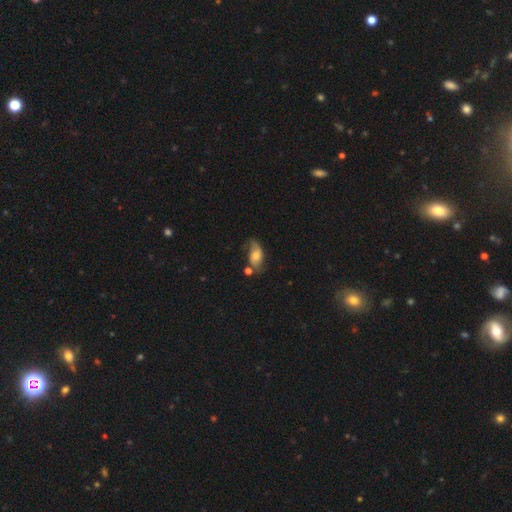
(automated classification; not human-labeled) Smooth or featured?
  - featured or disk: 46% *
  - smooth: 45%
  - star or artifact: 9%
Merging?
  - none: 48% *
  - minor disturbance: 27%
  - major disturbance: 15%
  - merger: 9%